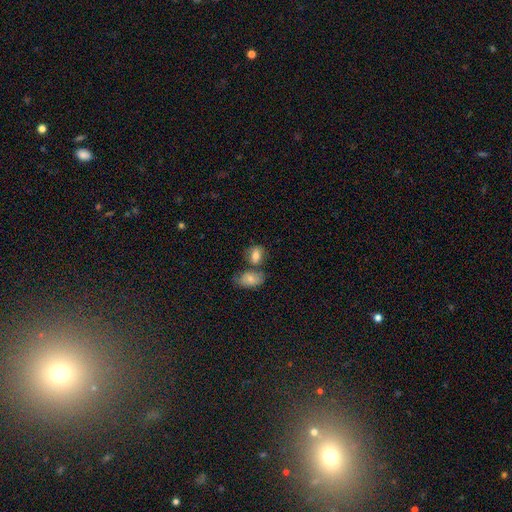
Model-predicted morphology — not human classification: Smooth or featured: smooth — 79% (featured or disk — 13%)
How rounded: in between — 71% (round — 27%)
Merging: none — 49% (merger — 33%)